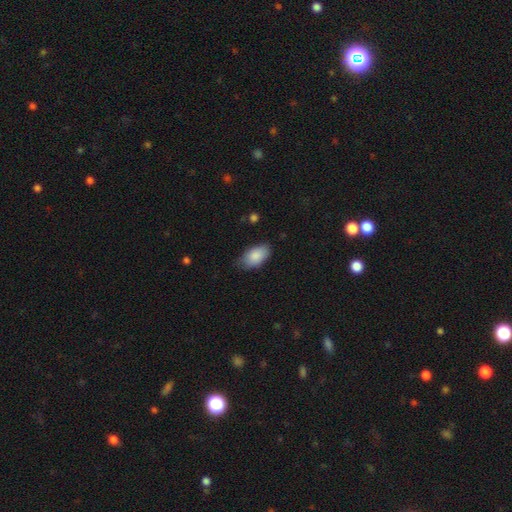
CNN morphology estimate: smooth_or_featured: smooth (p=0.86) [alt: featured or disk p=0.07]
how_rounded: in between (p=0.94) [alt: round p=0.04]
merging: none (p=0.68) [alt: minor disturbance p=0.26]